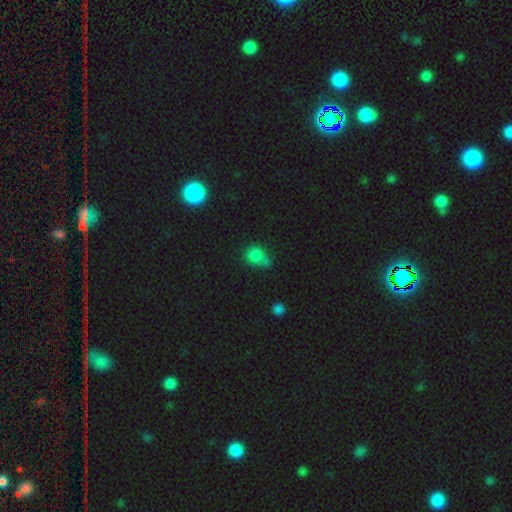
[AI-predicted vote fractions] Q: Smooth or featured?
A: smooth (77%); runner-up: star or artifact (16%)
Q: How rounded?
A: round (71%); runner-up: in between (28%)
Q: Merging?
A: none (46%); runner-up: merger (24%)